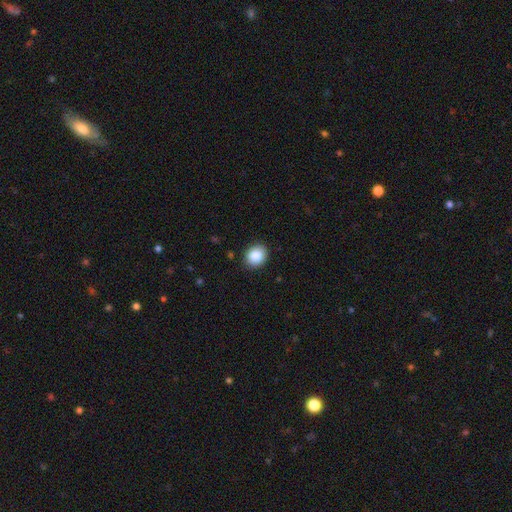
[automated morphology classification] type=smooth (87%); roundness=round (67%); merging=none (89%).